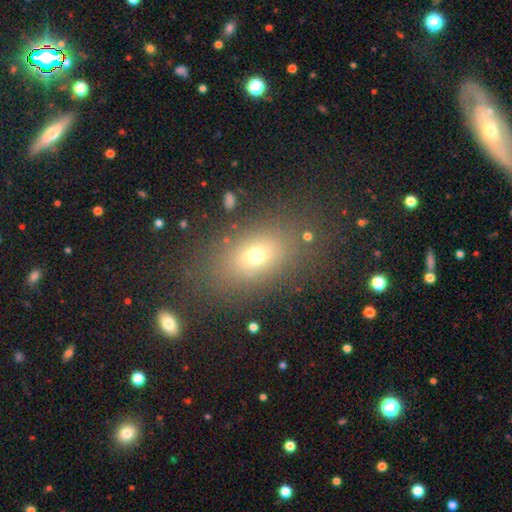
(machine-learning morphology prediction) Q: Smooth or featured?
A: smooth (66%); runner-up: star or artifact (18%)
Q: How rounded?
A: in between (75%); runner-up: round (22%)
Q: Merging?
A: none (80%); runner-up: minor disturbance (10%)